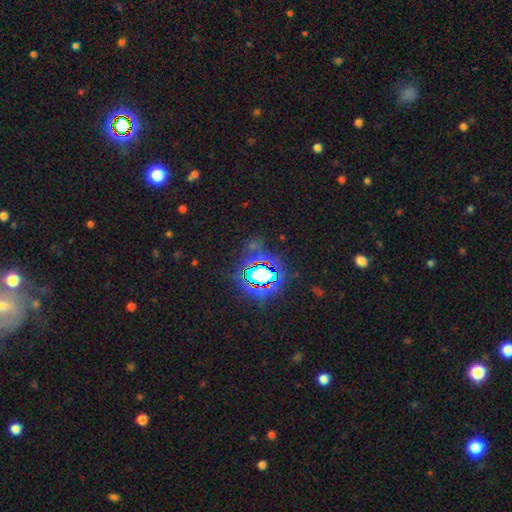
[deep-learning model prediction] This appears to be a star or artifact, not a galaxy (82%).